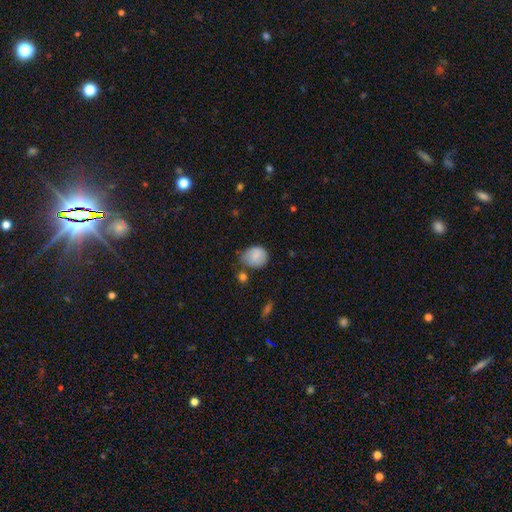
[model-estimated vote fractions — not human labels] smooth_or_featured: smooth (p=0.84) [alt: featured or disk p=0.09]
how_rounded: round (p=0.60) [alt: in between p=0.39]
merging: none (p=0.55) [alt: minor disturbance p=0.31]